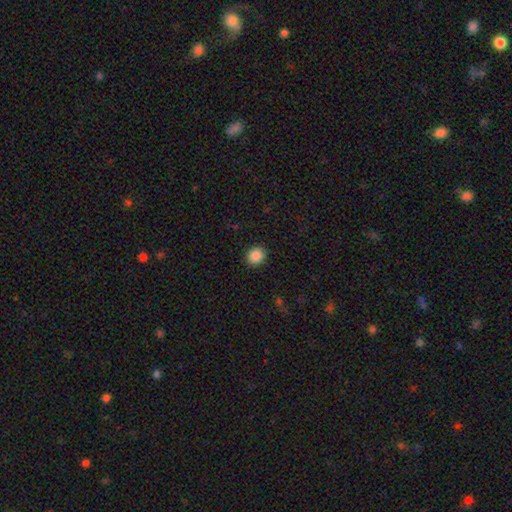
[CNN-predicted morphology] smooth-or-featured: smooth: 87% | star or artifact: 9% | featured or disk: 4%
  how-rounded: round: 81% | in between: 18% | cigar-shaped: 1%
  merging: none: 91% | minor disturbance: 6% | major disturbance: 2% | merger: 1%